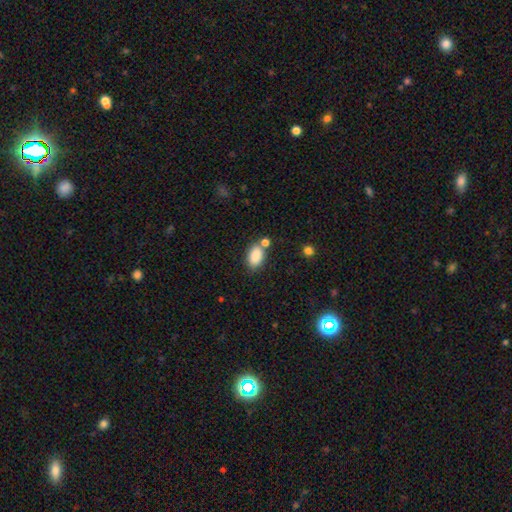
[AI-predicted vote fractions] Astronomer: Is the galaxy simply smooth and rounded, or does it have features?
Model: smooth — 87%.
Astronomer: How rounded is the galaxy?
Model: in between — 90%.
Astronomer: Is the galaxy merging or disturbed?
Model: none — 65%.